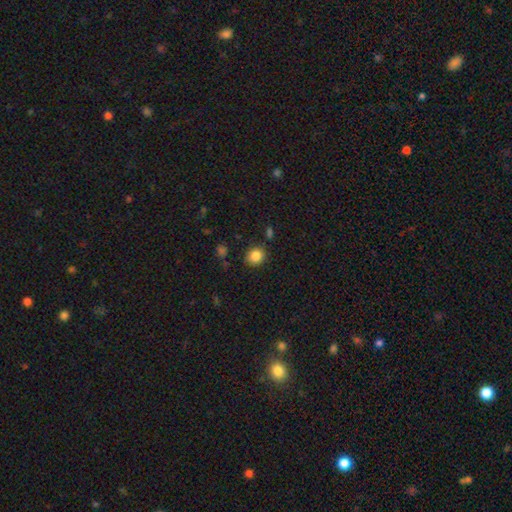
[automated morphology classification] The model was most divided on "how rounded": round: 77%, in between: 22%, cigar-shaped: 1%. More confident: smooth or featured — smooth (85%); merging — none (82%).